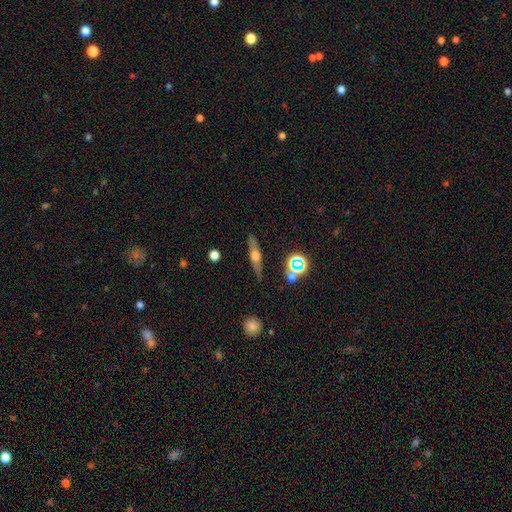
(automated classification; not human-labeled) Overall: featured or disk (54%; smooth 36%). Edge-on disk: yes (90%). Merging: none (83%).